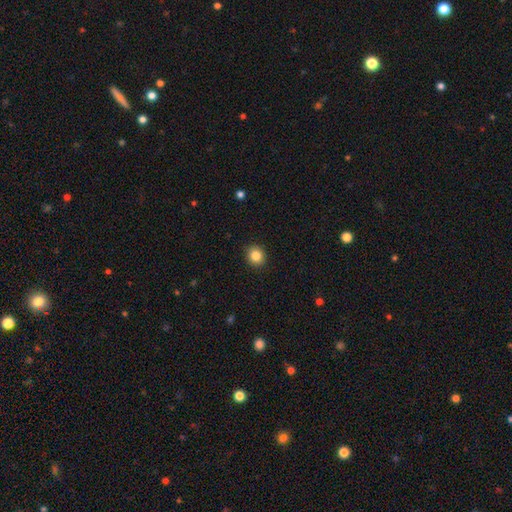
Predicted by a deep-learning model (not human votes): This appears to be a smooth galaxy with no disk features (85%) that is round (78%). Merging: none (91%).